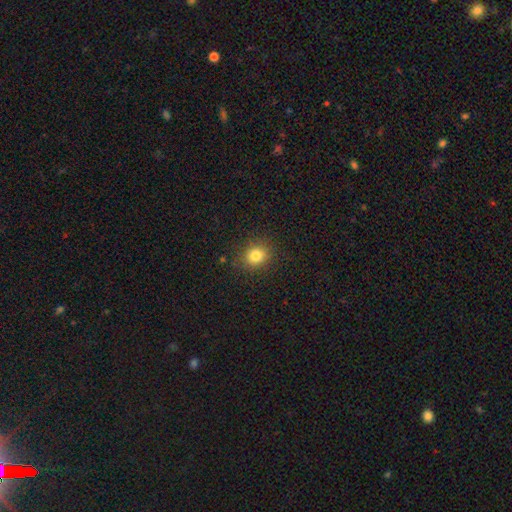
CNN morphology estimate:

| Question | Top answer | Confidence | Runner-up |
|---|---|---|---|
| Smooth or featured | smooth | 81% | star or artifact (13%) |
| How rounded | round | 71% | in between (28%) |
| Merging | none | 87% | minor disturbance (9%) |